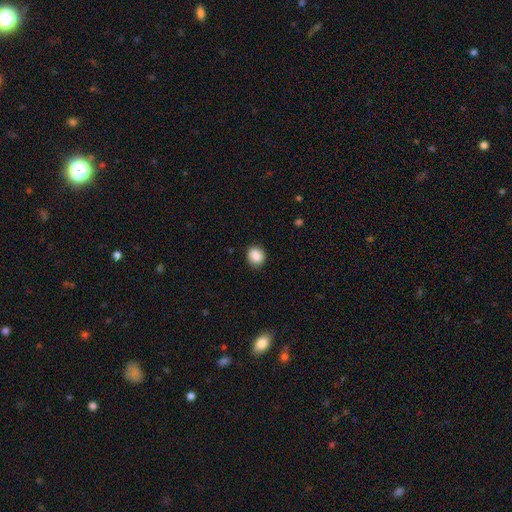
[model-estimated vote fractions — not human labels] Smooth or featured?
  - smooth: 88% *
  - star or artifact: 8%
  - featured or disk: 4%
How rounded?
  - round: 75% *
  - in between: 24%
  - cigar-shaped: 1%
Merging?
  - none: 85% *
  - minor disturbance: 11%
  - major disturbance: 3%
  - merger: 1%